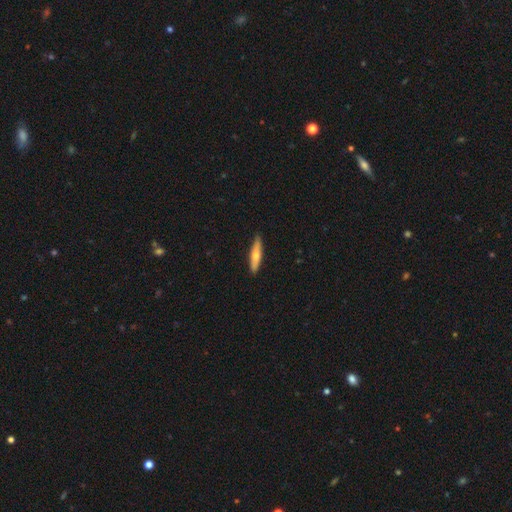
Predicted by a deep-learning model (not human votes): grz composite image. It shows a smooth galaxy with no disk features (59%) that is cigar-shaped (81%). Merging: none (89%).